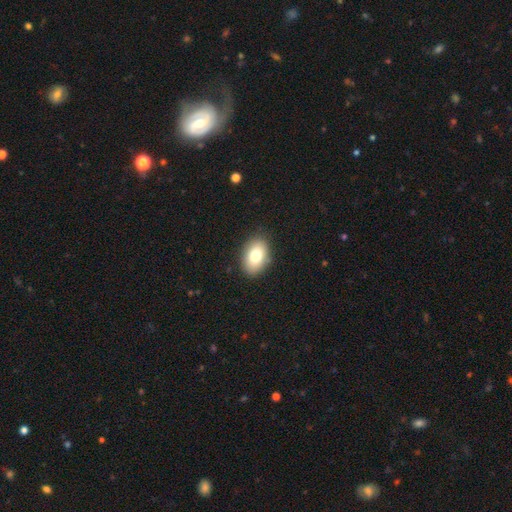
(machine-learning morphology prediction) smooth 79%, featured or disk 13%, star or artifact 8%. Down the decision tree: how rounded — in between (86%); merging — none (87%).